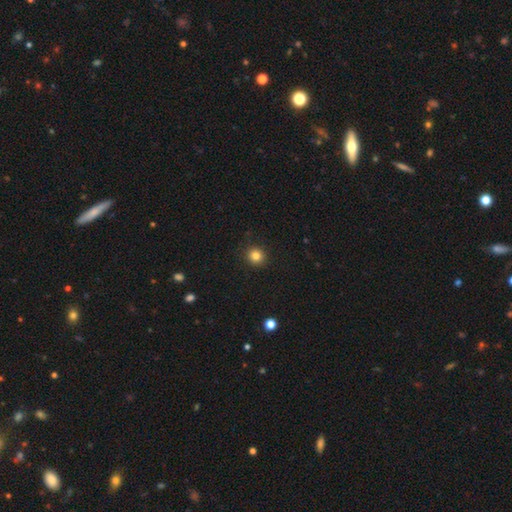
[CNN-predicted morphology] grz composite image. It shows a smooth galaxy with no disk features (83%) that is round (91%). Merging: none (91%).